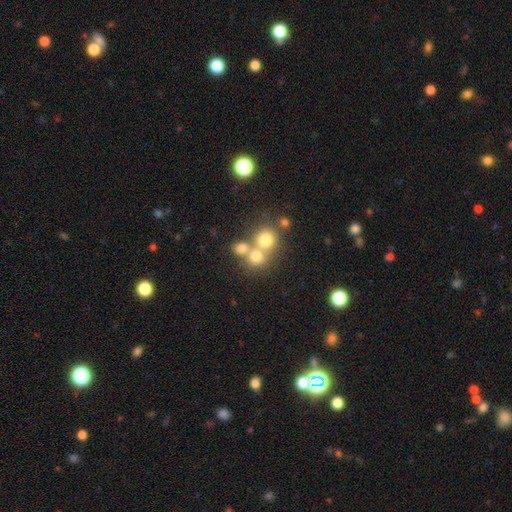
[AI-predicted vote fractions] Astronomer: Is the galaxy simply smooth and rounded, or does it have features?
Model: smooth — 70%.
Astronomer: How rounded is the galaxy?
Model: round — 81%.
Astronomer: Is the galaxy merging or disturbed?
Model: merger — 49% (runner-up: none, 40%).